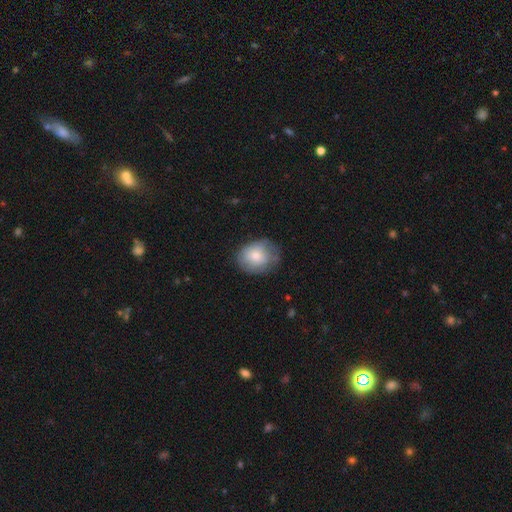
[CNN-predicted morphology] A smooth galaxy with no disk features (72%) that is round (52%).

Vote fractions:
- Smooth or featured? smooth: 72% / featured or disk: 20% / star or artifact: 7%
- How rounded? round: 52% / in between: 47% / cigar-shaped: 1%
- Merging? none: 62% / minor disturbance: 27% / major disturbance: 9% / merger: 1%